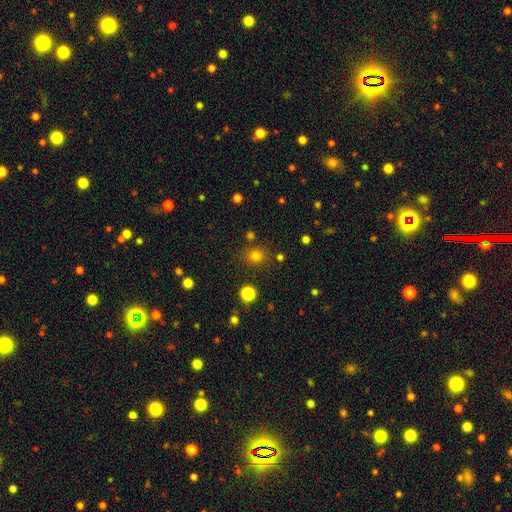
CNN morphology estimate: The model was most divided on "smooth or featured": smooth: 76%, star or artifact: 18%, featured or disk: 6%. More confident: how rounded — round (85%); merging — none (83%).